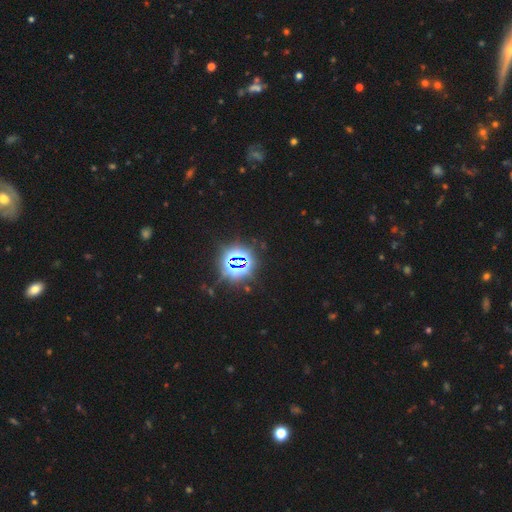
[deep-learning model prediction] Smooth or featured: star or artifact — 79% (smooth — 13%)